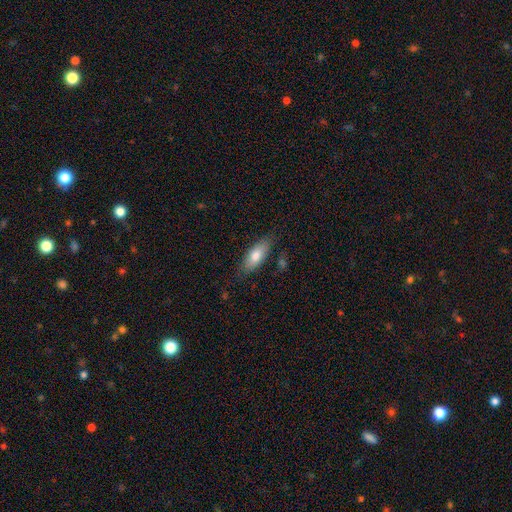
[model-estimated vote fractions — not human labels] Morphology: type=smooth (76%); roundness=in between (75%); merging=none (79%).